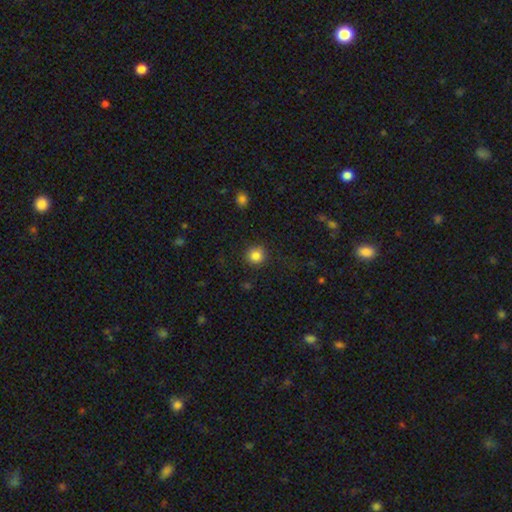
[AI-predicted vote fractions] This appears to be a smooth galaxy with no disk features (85%) that is round (92%). Merging: none (89%).